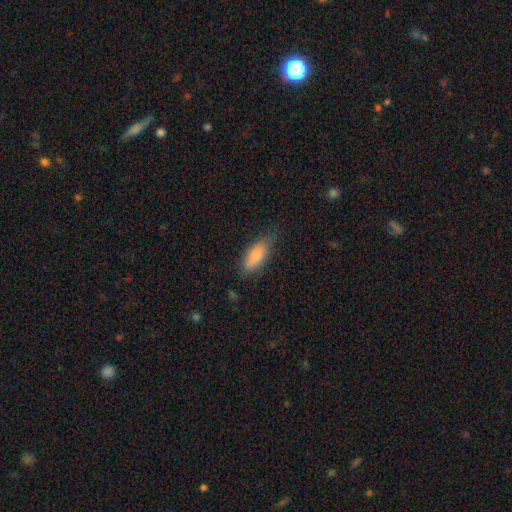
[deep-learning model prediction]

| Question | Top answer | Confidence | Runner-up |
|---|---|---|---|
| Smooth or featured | smooth | 84% | featured or disk (9%) |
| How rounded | in between | 73% | cigar-shaped (24%) |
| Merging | none | 64% | minor disturbance (27%) |